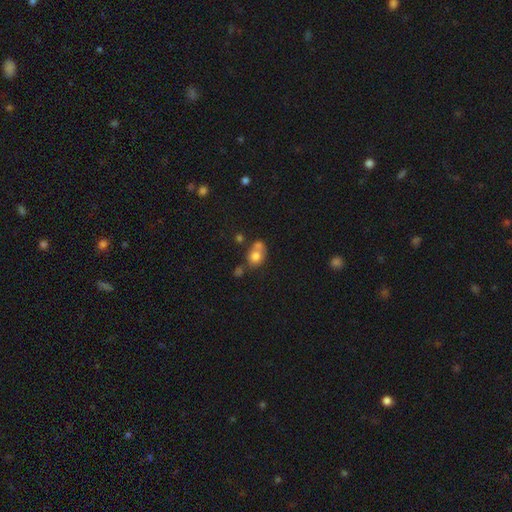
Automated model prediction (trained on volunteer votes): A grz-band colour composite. It shows a smooth galaxy with no disk features (73%) that is round (55%). Merging: merger (48%).